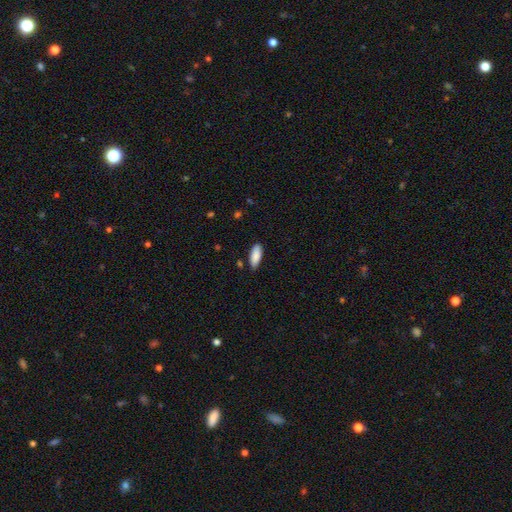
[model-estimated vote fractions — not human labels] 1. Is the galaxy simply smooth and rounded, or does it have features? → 88% smooth, 6% star or artifact, 6% featured or disk.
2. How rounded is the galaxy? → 75% in between, 23% cigar-shaped, 2% round.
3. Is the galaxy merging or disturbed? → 82% none, 14% minor disturbance, 2% major disturbance, 2% merger.